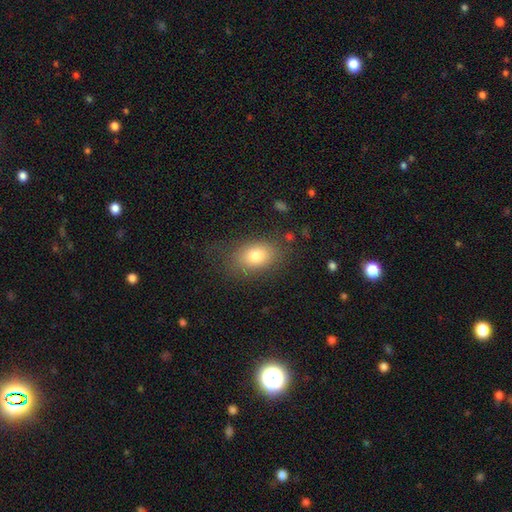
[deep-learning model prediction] This is likely a smooth galaxy (78%). How rounded: clearly in between (81%). Merging: likely none (72%).